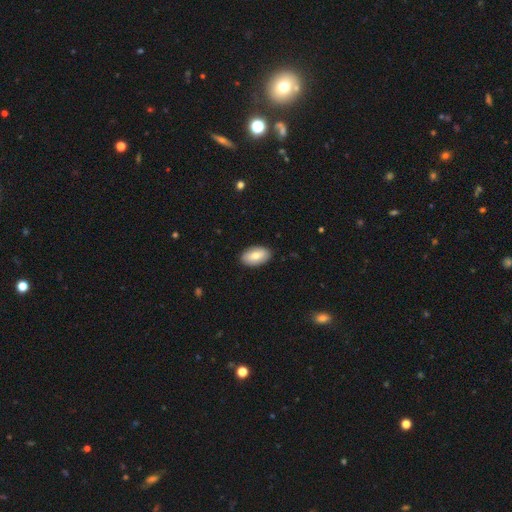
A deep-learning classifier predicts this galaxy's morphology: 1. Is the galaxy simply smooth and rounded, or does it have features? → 77% smooth, 17% featured or disk, 6% star or artifact.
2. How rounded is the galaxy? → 94% in between, 4% round, 2% cigar-shaped.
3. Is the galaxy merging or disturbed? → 89% none, 8% minor disturbance, 2% major disturbance, 1% merger.